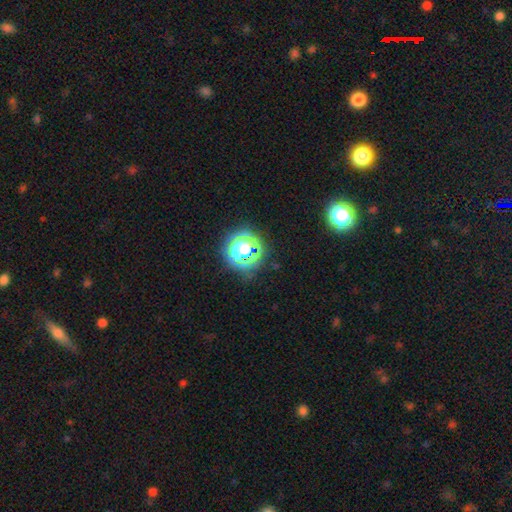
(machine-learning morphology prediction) Smooth or featured: star or artifact — 74% (smooth — 19%)